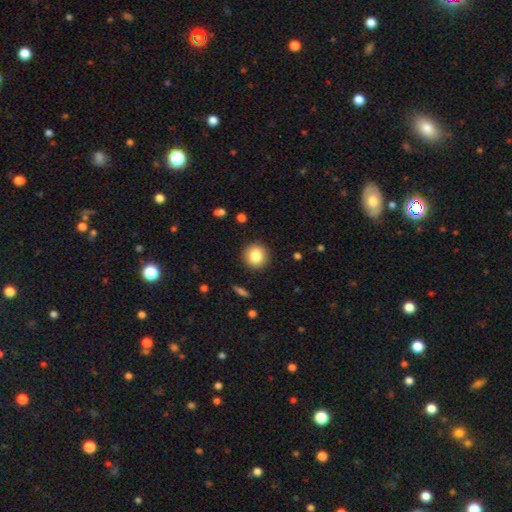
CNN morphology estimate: smooth_or_featured: smooth (p=0.83) [alt: star or artifact p=0.09]
how_rounded: round (p=0.90) [alt: in between p=0.09]
merging: none (p=0.91) [alt: minor disturbance p=0.06]